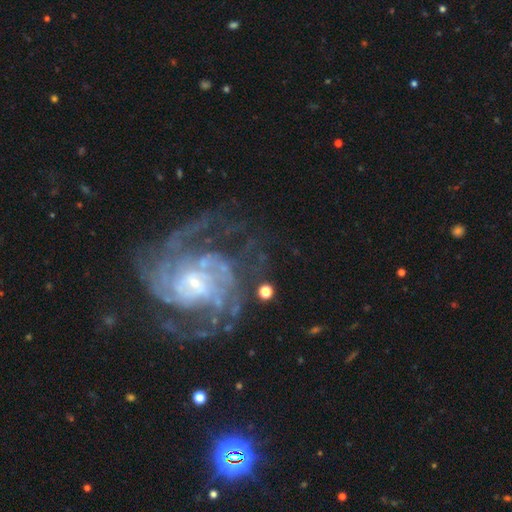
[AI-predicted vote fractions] smooth-or-featured: featured or disk: 88% | star or artifact: 7% | smooth: 4%
  disk-edge-on: no: 98% | yes: 2%
    bar: no: 53% | weak: 36% | strong: 12%
    has-spiral-arms: yes: 97% | no: 3%
      spiral-winding: tight: 53% | medium: 39% | loose: 8%
      spiral-arm-count: 2: 27% | 3: 23% | can't tell: 21% | 4: 13% | more than 4: 8% | 1: 8%
    bulge-size: small: 59% | moderate: 31% | none: 5% | large: 5% | dominant: 1%
  merging: none: 69% | minor disturbance: 15% | major disturbance: 13% | merger: 2%